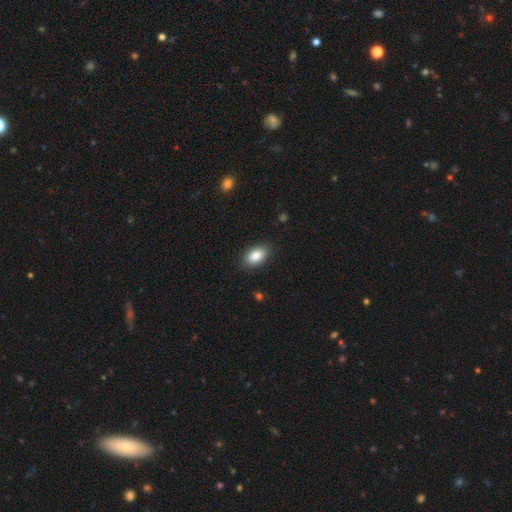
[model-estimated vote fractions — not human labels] smooth-or-featured: smooth: 87% | star or artifact: 7% | featured or disk: 6%
  how-rounded: in between: 92% | round: 6% | cigar-shaped: 2%
  merging: none: 87% | minor disturbance: 10% | major disturbance: 2% | merger: 1%